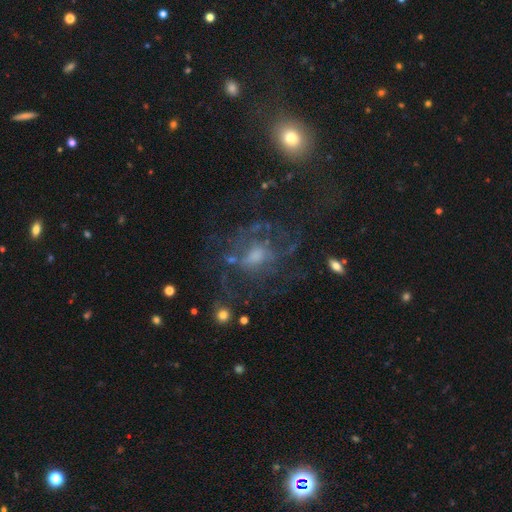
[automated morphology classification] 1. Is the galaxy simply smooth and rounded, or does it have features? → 64% featured or disk, 18% star or artifact, 18% smooth.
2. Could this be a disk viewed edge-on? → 96% no, 4% yes.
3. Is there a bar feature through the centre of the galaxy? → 63% no, 30% weak, 7% strong.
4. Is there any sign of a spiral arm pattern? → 65% yes, 35% no.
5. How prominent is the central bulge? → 44% moderate, 34% small, 12% none, 9% large, 2% dominant.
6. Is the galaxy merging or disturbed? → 53% none, 27% major disturbance, 17% minor disturbance, 4% merger.